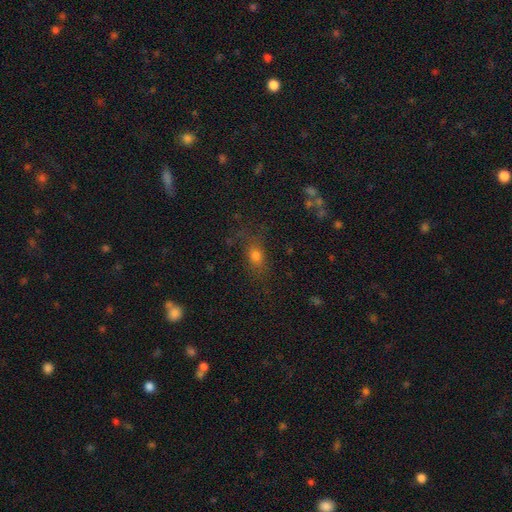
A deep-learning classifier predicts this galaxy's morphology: Smooth or featured?
  - smooth: 69% *
  - star or artifact: 18%
  - featured or disk: 13%
How rounded?
  - in between: 59% *
  - round: 32%
  - cigar-shaped: 9%
Merging?
  - none: 70% *
  - minor disturbance: 18%
  - major disturbance: 10%
  - merger: 3%